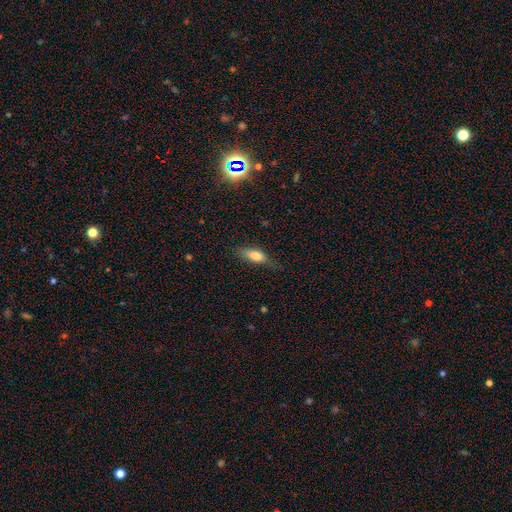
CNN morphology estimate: This appears to be a smooth galaxy with no disk features (77%) that is in between round and cigar-shaped (72%). Merging: none (68%).